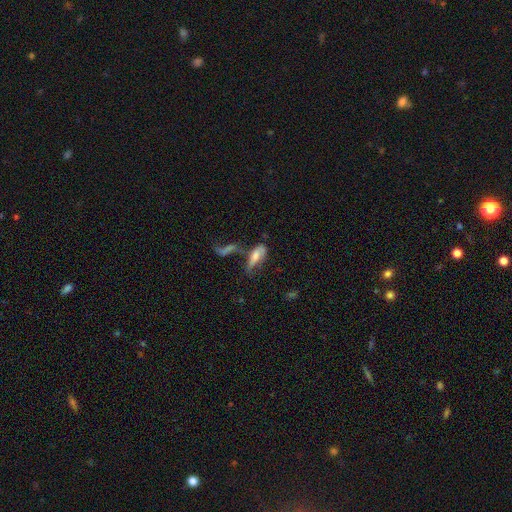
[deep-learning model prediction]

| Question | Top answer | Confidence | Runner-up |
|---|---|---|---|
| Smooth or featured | smooth | 53% | featured or disk (35%) |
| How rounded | in between | 65% | cigar-shaped (32%) |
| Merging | merger | 34% | major disturbance (28%) |